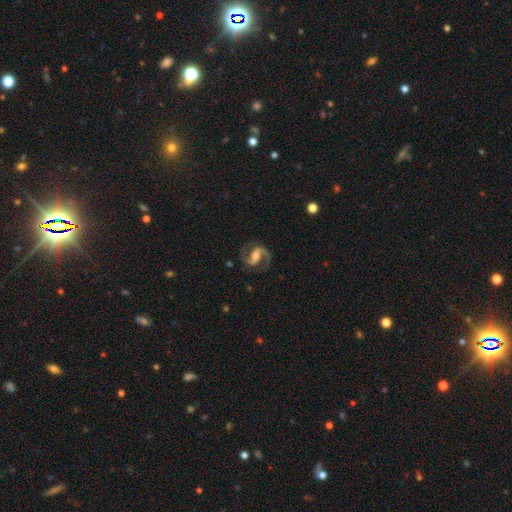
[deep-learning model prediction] This is clearly a featured or disk galaxy (91%). It is clearly not viewed edge-on (98%). Bar: possibly weak (45%). Spiral arm pattern: clearly yes (98%). Spiral arm count: clearly 2 (93%). Spiral winding: likely medium (63%). Central bulge: possibly moderate (55%). Merging: clearly none (81%).